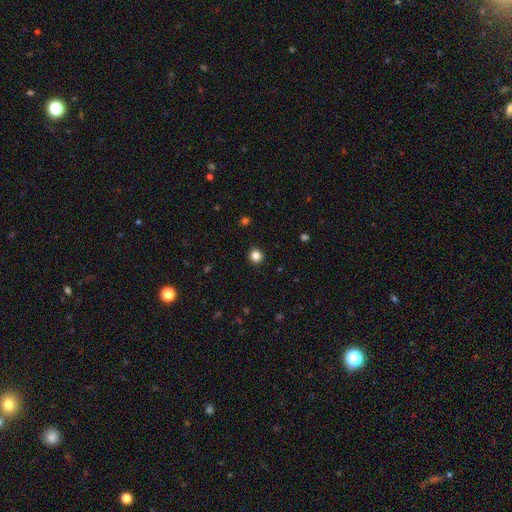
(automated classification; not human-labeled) Smooth or featured?
  - smooth: 84% *
  - star or artifact: 12%
  - featured or disk: 4%
How rounded?
  - round: 89% *
  - in between: 10%
  - cigar-shaped: 1%
Merging?
  - none: 92% *
  - minor disturbance: 5%
  - major disturbance: 2%
  - merger: 1%